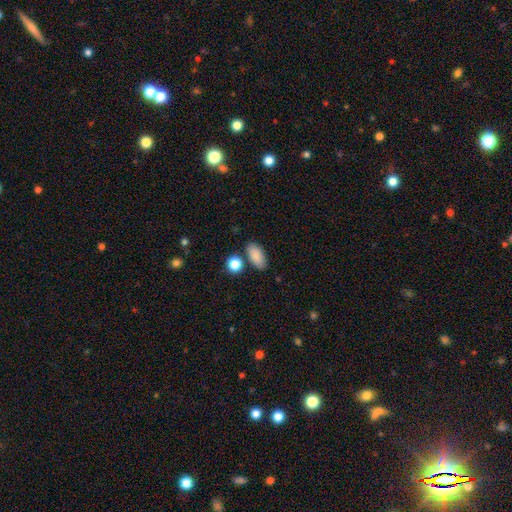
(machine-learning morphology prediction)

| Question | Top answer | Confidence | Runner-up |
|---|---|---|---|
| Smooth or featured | smooth | 86% | star or artifact (8%) |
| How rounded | in between | 88% | round (6%) |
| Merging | none | 76% | minor disturbance (13%) |